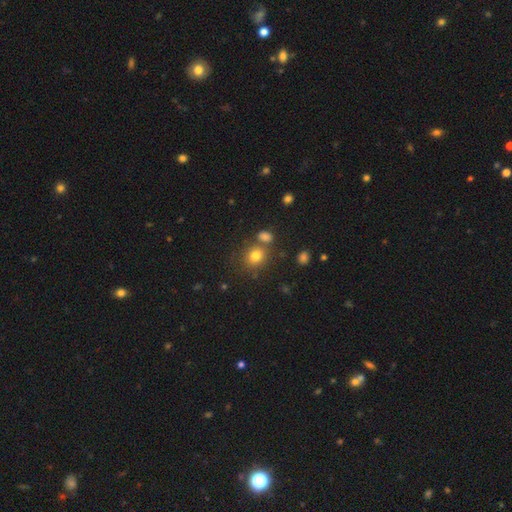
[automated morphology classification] type=smooth (79%); roundness=round (71%); merging=none (68%).